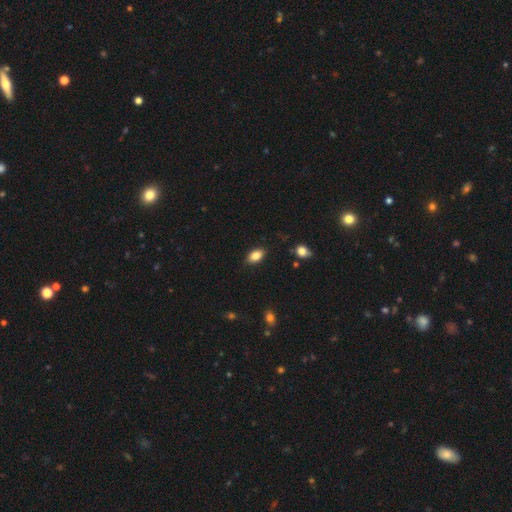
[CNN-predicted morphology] A smooth galaxy with no disk features (85%) that is in between round and cigar-shaped (89%).

Vote fractions:
- Smooth or featured? smooth: 85% / star or artifact: 8% / featured or disk: 7%
- How rounded? in between: 89% / round: 8% / cigar-shaped: 3%
- Merging? none: 86% / minor disturbance: 10% / major disturbance: 2% / merger: 1%